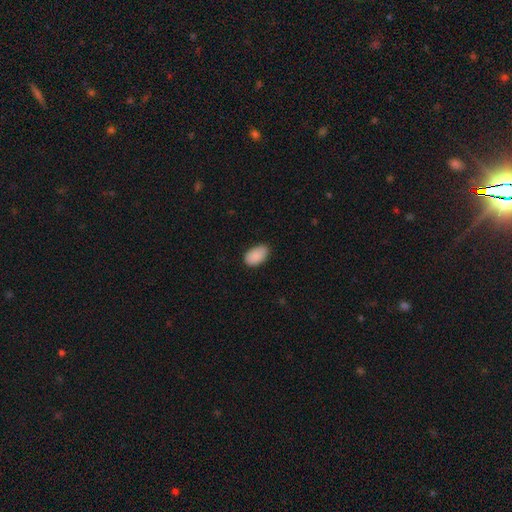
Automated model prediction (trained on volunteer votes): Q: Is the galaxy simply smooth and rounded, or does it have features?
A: smooth — 90%.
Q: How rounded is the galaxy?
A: in between — 94%.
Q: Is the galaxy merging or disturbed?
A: none — 78%.